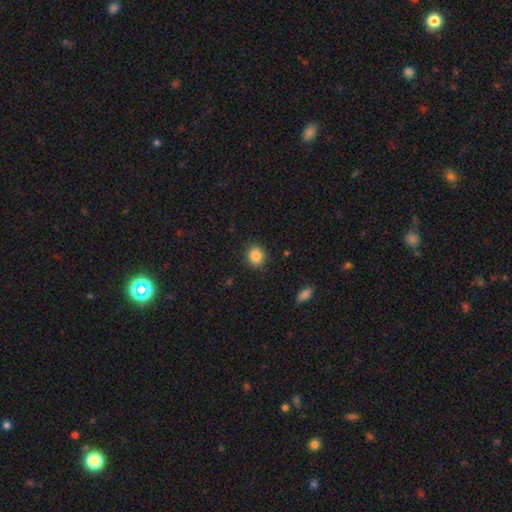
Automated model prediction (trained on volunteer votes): Q: Smooth or featured?
A: smooth (86%); runner-up: star or artifact (10%)
Q: How rounded?
A: round (80%); runner-up: in between (19%)
Q: Merging?
A: none (90%); runner-up: minor disturbance (7%)